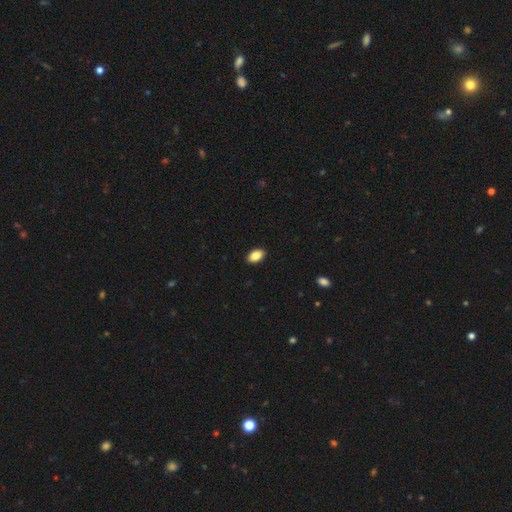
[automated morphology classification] A smooth galaxy with no disk features (88%) that is in between round and cigar-shaped (92%).

Vote fractions:
- Smooth or featured? smooth: 88% / star or artifact: 7% / featured or disk: 5%
- How rounded? in between: 92% / round: 6% / cigar-shaped: 2%
- Merging? none: 91% / minor disturbance: 7% / major disturbance: 2% / merger: 1%